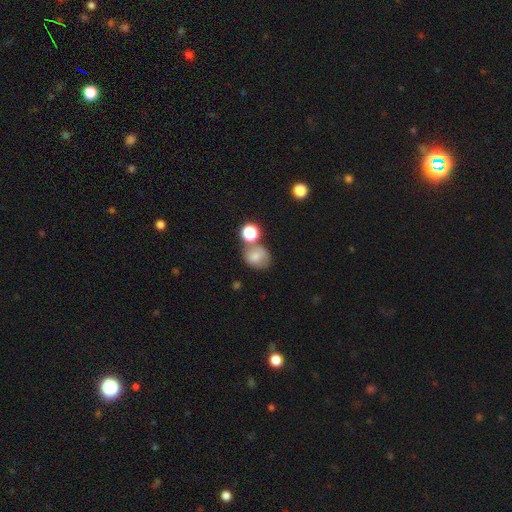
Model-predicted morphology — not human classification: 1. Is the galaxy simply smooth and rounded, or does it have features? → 71% smooth, 15% featured or disk, 13% star or artifact.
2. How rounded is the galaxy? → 59% round, 40% in between, 1% cigar-shaped.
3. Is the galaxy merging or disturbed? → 49% none, 24% merger, 18% minor disturbance, 9% major disturbance.